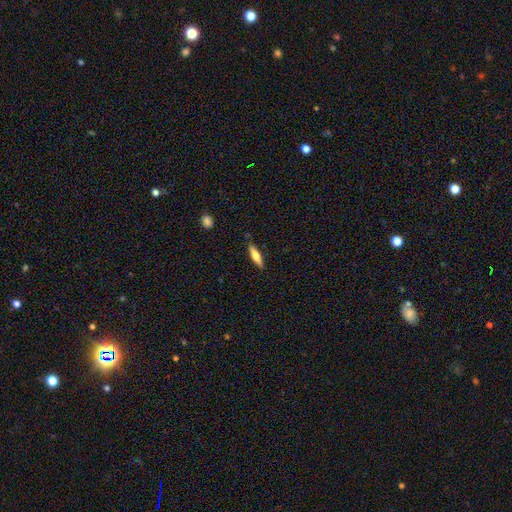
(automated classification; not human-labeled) Smooth or featured? Predicted: smooth (p=0.68). How rounded? Predicted: cigar-shaped (p=0.69). Merging? Predicted: none (p=0.86).